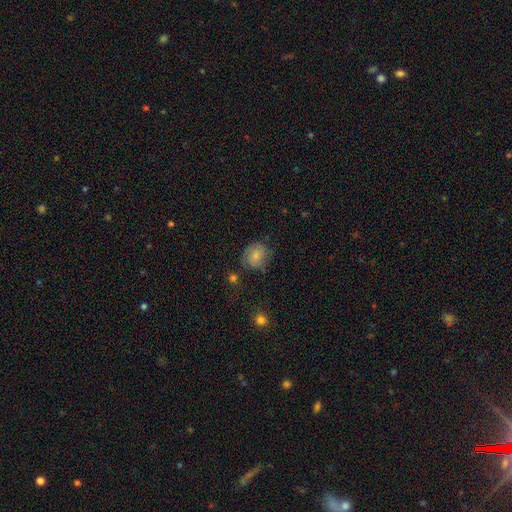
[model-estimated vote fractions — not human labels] Smooth or featured? Predicted: smooth (p=0.67). How rounded? Predicted: round (p=0.72). Merging? Predicted: none (p=0.64).